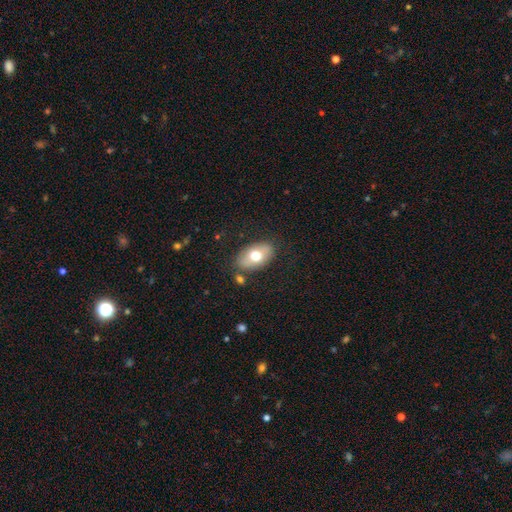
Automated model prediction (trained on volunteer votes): smooth 67%, featured or disk 26%, star or artifact 7%. Down the decision tree: how rounded — in between (91%); merging — none (80%).